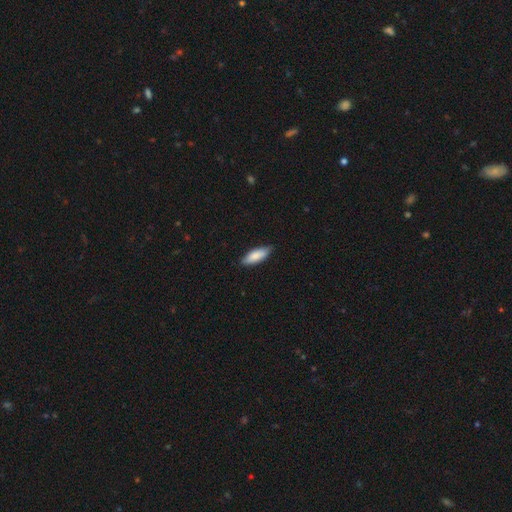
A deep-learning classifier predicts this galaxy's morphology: This is clearly a smooth galaxy (84%). How rounded: likely in between (64%). Merging: clearly none (83%).